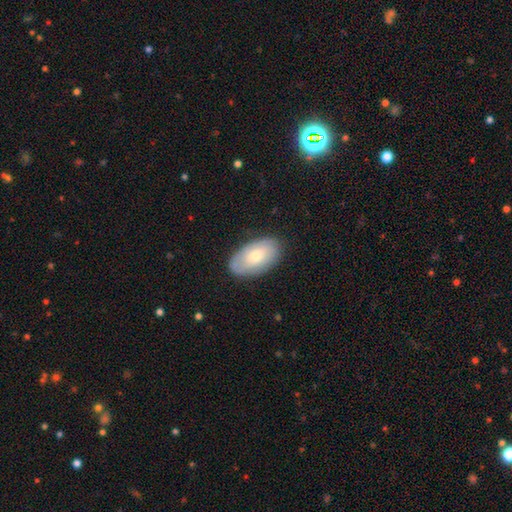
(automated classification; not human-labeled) smooth-or-featured: smooth: 66% | featured or disk: 28% | star or artifact: 6%
  how-rounded: in between: 94% | round: 5% | cigar-shaped: 2%
  merging: none: 83% | minor disturbance: 13% | major disturbance: 3% | merger: 1%